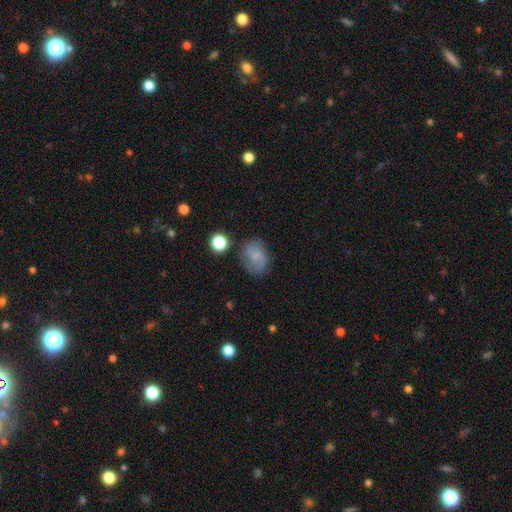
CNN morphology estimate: Smooth or featured? featured or disk (48%)
Merging? none (68%)